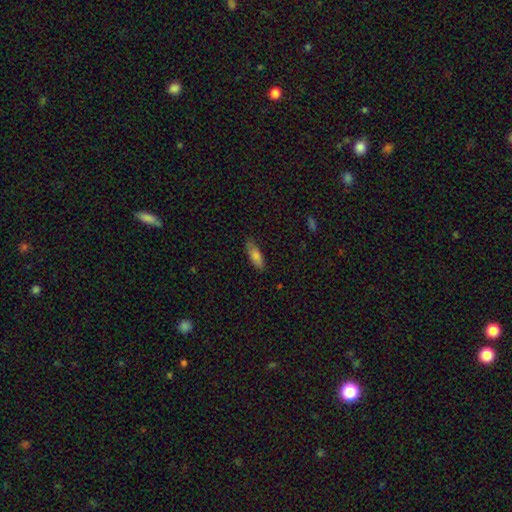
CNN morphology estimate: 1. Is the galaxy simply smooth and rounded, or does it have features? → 80% smooth, 13% featured or disk, 7% star or artifact.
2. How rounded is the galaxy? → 63% in between, 35% cigar-shaped, 2% round.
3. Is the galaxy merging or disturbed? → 81% none, 15% minor disturbance, 3% major disturbance, 1% merger.